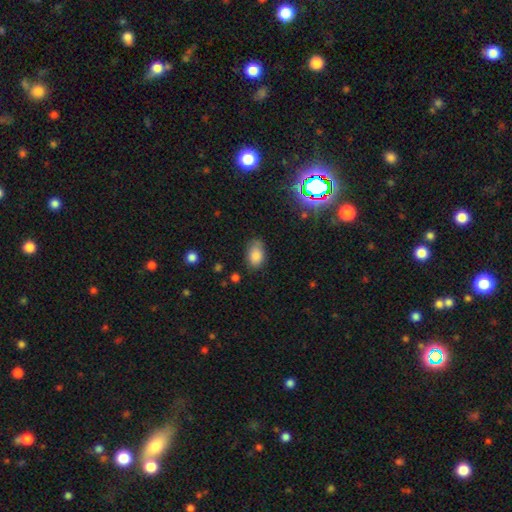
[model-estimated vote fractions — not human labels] smooth 83%, star or artifact 10%, featured or disk 7%. Down the decision tree: how rounded — in between (88%); merging — none (67%).